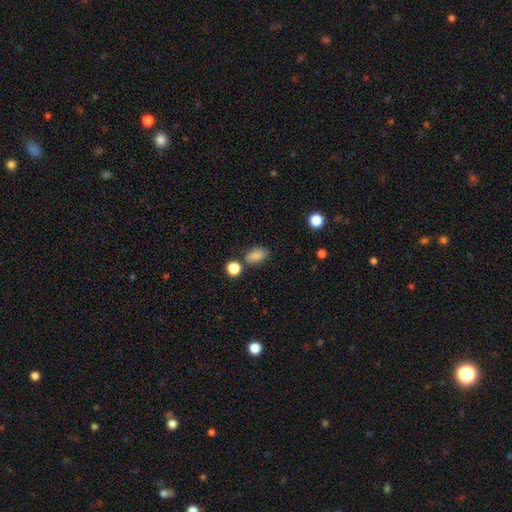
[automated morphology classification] This is clearly a smooth galaxy (83%). How rounded: clearly in between (84%). Merging: likely none (67%).